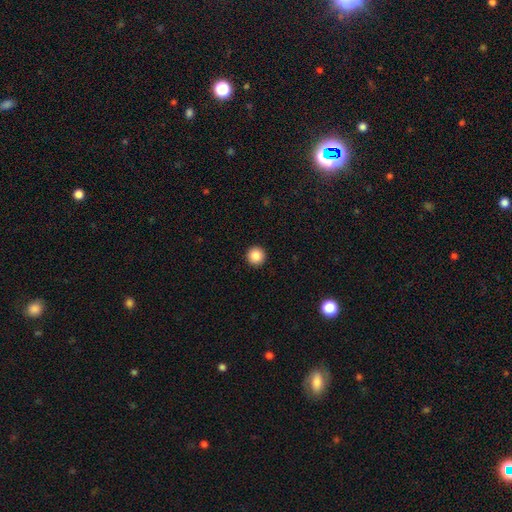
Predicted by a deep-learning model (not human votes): The model was most divided on "smooth or featured": smooth: 87%, star or artifact: 9%, featured or disk: 4%. More confident: how rounded — round (96%); merging — none (94%).